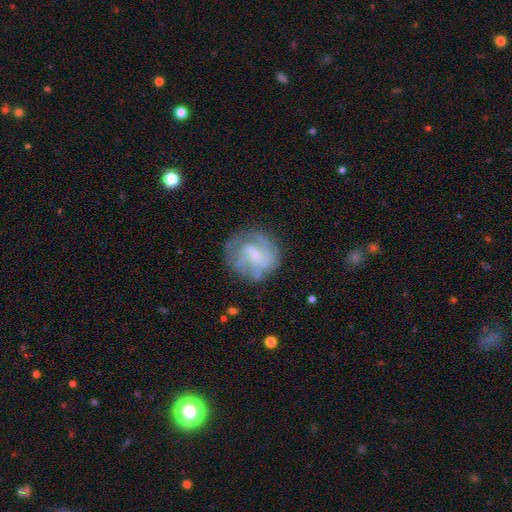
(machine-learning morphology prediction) Smooth or featured? Predicted: featured or disk (p=0.64). Edge-on disk? Predicted: no (p=0.98). Bar? Predicted: weak (p=0.48). Spiral arms? Predicted: yes (p=0.74). Bulge size? Predicted: none (p=0.40). Merging? Predicted: none (p=0.64).